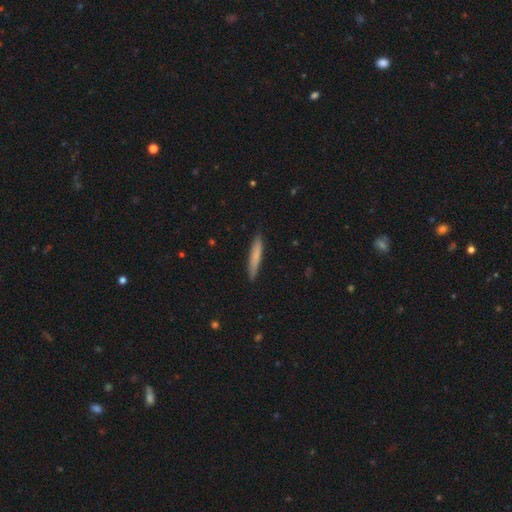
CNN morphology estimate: Q: Smooth or featured?
A: smooth (74%); runner-up: featured or disk (20%)
Q: How rounded?
A: cigar-shaped (94%); runner-up: in between (5%)
Q: Merging?
A: none (89%); runner-up: minor disturbance (8%)